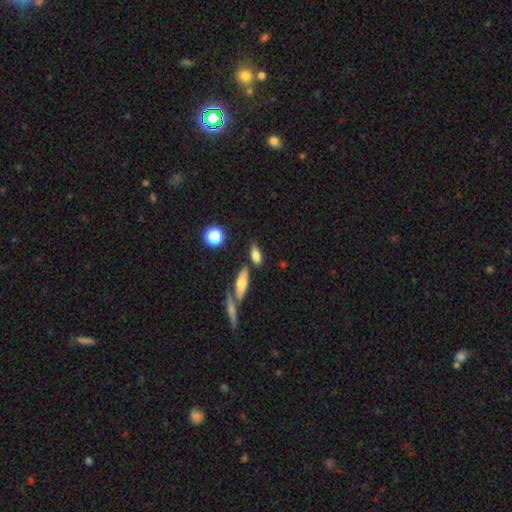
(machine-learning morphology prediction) This is likely a smooth galaxy (75%). How rounded: likely in between (74%). Merging: likely none (69%).